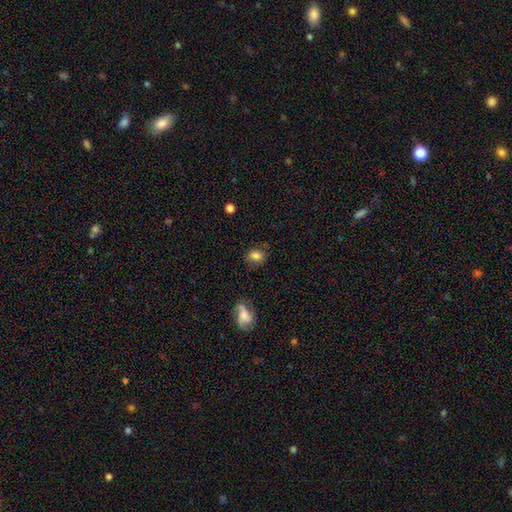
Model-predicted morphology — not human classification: The model was most divided on "how rounded": in between: 50%, round: 49%, cigar-shaped: 1%. More confident: smooth or featured — smooth (80%); merging — none (78%).